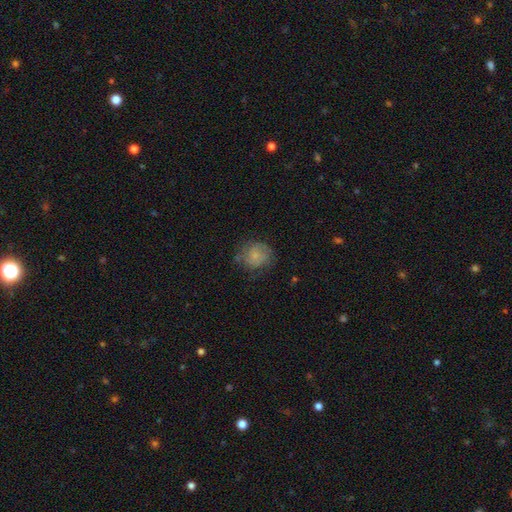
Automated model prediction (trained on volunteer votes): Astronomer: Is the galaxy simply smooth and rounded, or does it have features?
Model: smooth — 63%.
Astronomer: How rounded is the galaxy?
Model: round — 80%.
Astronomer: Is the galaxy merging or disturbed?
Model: none — 61%.